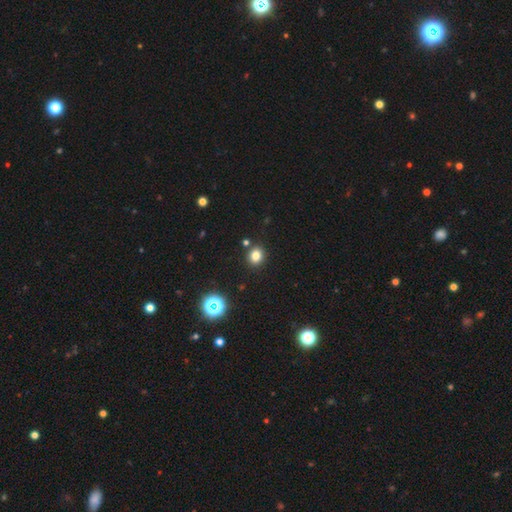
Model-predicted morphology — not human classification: Q: Smooth or featured?
A: smooth (79%); runner-up: star or artifact (15%)
Q: How rounded?
A: round (69%); runner-up: in between (30%)
Q: Merging?
A: none (86%); runner-up: minor disturbance (7%)